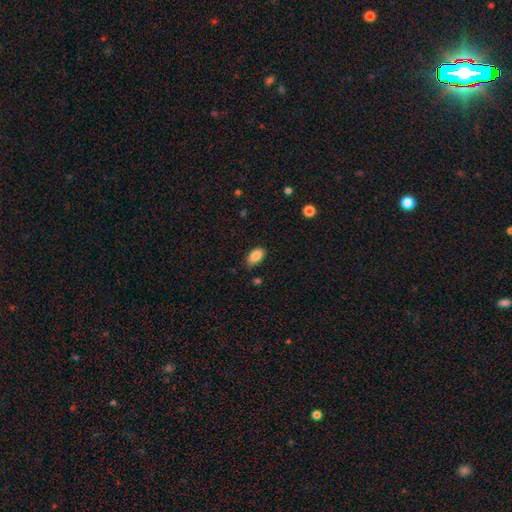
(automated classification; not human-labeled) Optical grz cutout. It shows a smooth galaxy with no disk features (87%) that is in between round and cigar-shaped (93%). Merging: none (75%).